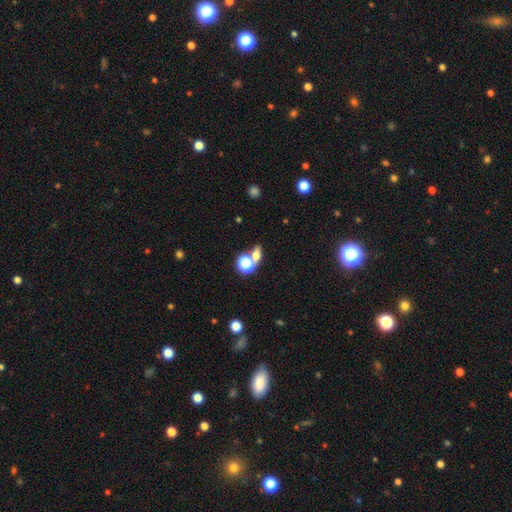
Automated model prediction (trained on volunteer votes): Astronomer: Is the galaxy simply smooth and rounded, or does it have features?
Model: smooth — 59%.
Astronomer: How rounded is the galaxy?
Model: in between — 54% (runner-up: round, 38%).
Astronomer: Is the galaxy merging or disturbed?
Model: none — 55% (runner-up: merger, 31%).